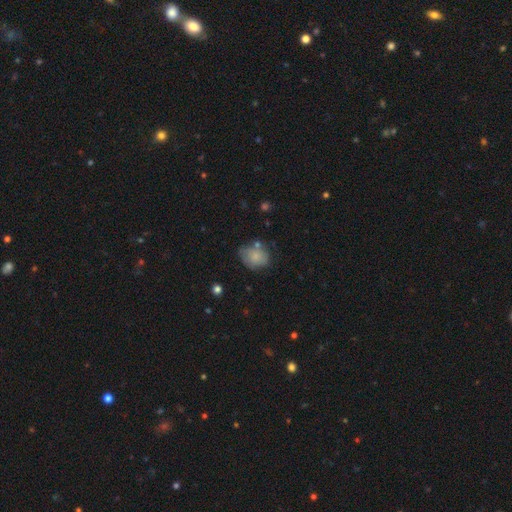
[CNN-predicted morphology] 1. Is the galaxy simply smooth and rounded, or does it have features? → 78% smooth, 14% featured or disk, 8% star or artifact.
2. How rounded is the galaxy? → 50% in between, 49% round, 1% cigar-shaped.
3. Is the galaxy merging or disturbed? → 56% none, 28% minor disturbance, 8% major disturbance, 7% merger.